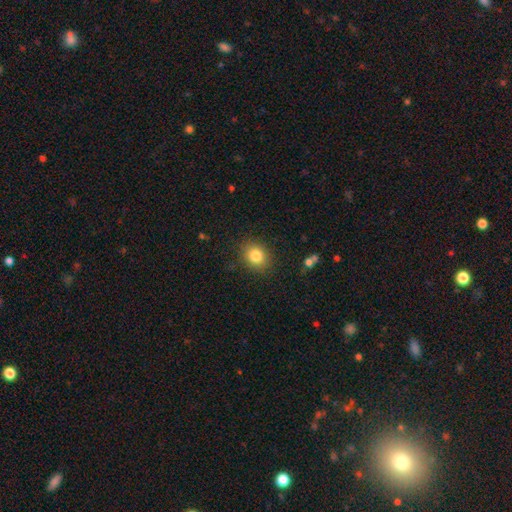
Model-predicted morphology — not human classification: Smooth or featured? smooth (83%)
How rounded? round (61%)
Merging? none (86%)